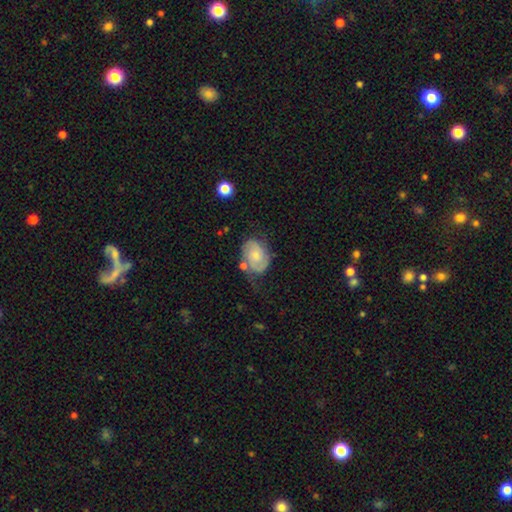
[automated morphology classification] This is likely a featured or disk galaxy (64%). It is clearly not viewed edge-on (97%). Bar: likely no (71%). Spiral arm pattern: clearly yes (89%). Spiral arm count: likely 2 (73%). Spiral winding: possibly tight (45%). Central bulge: possibly small (47%). Merging: possibly none (52%).